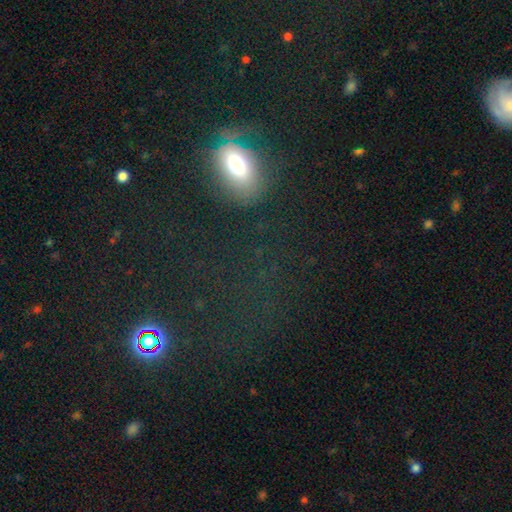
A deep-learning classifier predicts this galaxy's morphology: Smooth or featured? Predicted: smooth (p=0.58). How rounded? Predicted: in between (p=0.72). Merging? Predicted: none (p=0.66).